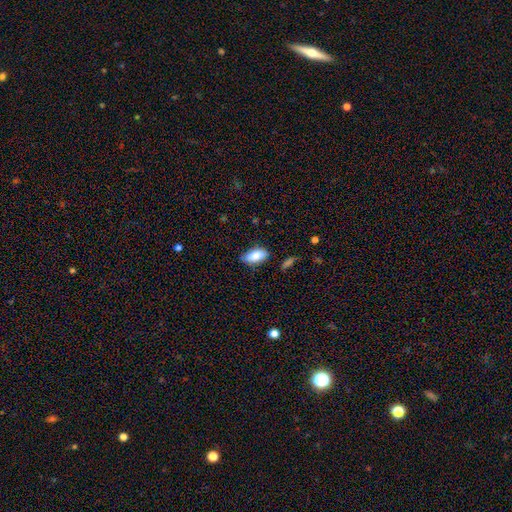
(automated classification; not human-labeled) Smooth or featured? smooth (86%)
How rounded? in between (92%)
Merging? none (77%)